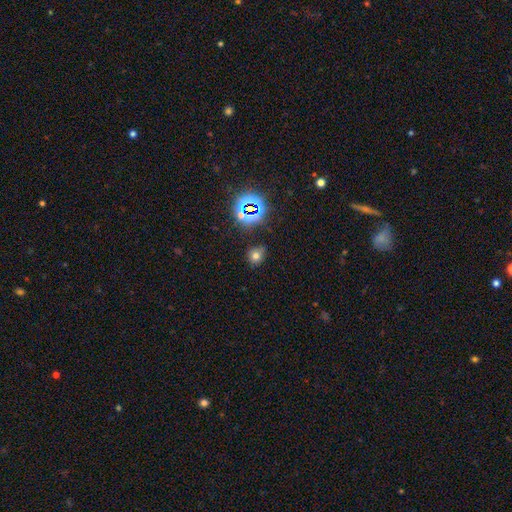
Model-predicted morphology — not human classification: A smooth galaxy with no disk features (64%) that is round (74%).

Vote fractions:
- Smooth or featured? smooth: 64% / star or artifact: 27% / featured or disk: 9%
- How rounded? round: 74% / in between: 25% / cigar-shaped: 1%
- Merging? none: 72% / minor disturbance: 19% / major disturbance: 5% / merger: 4%